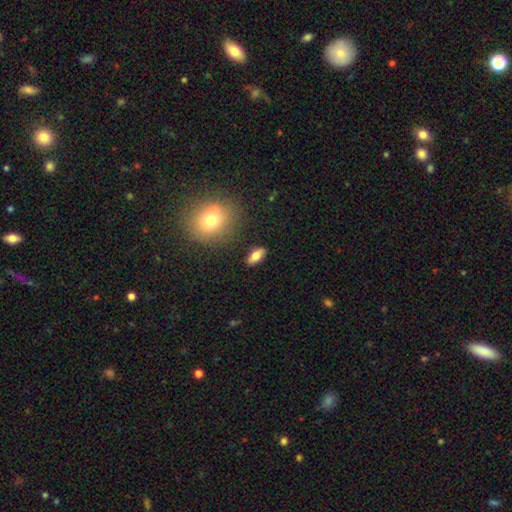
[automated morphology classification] Overall: smooth (77%). How rounded: in between (79%). Merging: none (87%).